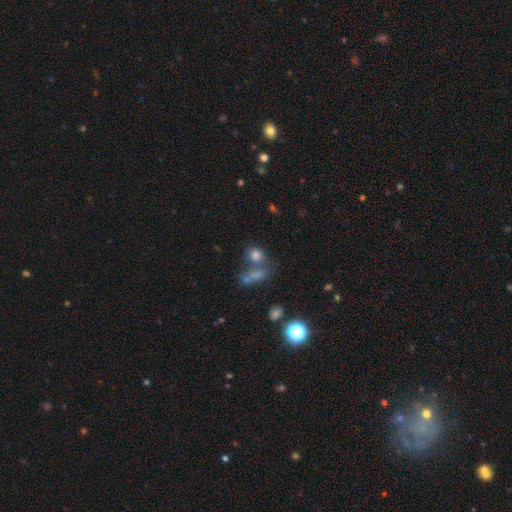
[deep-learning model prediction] smooth 71%, star or artifact 19%, featured or disk 10%. Down the decision tree: how rounded — round (59%); merging — none (54%).